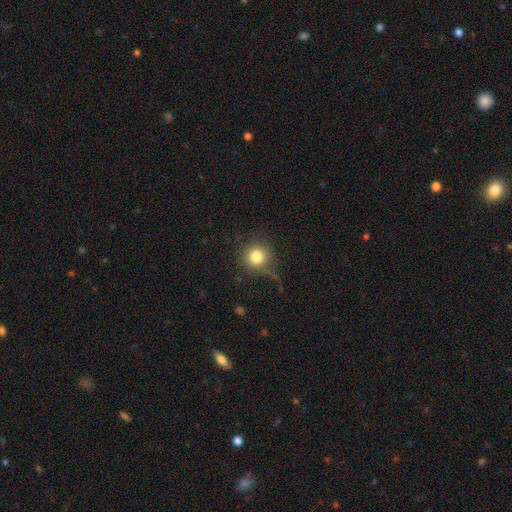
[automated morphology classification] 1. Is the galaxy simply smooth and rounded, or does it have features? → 81% smooth, 11% star or artifact, 8% featured or disk.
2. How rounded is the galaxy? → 93% round, 6% in between, 1% cigar-shaped.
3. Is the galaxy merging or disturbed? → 70% none, 18% minor disturbance, 9% major disturbance, 3% merger.